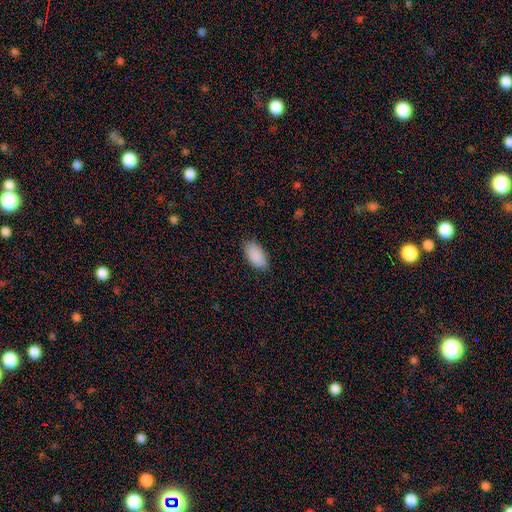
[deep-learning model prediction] Morphology: type=smooth (90%); roundness=in between (95%); merging=none (85%).